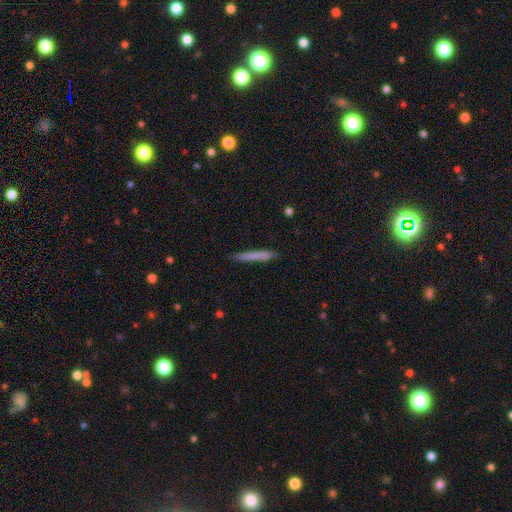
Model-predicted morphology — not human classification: A smooth galaxy with no disk features (75%) that is cigar-shaped (96%). Merging: none (87%).